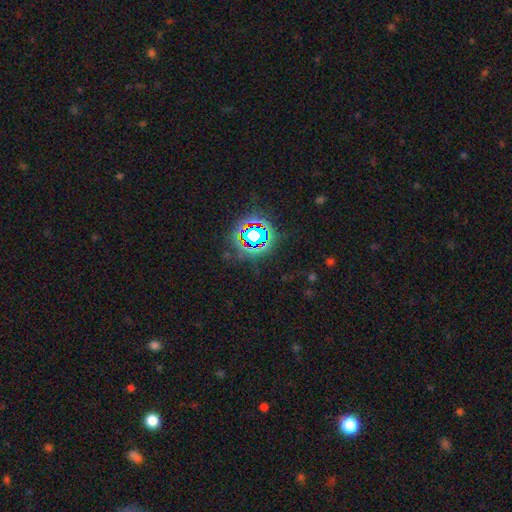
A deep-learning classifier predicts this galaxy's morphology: This appears to be a star or artifact, not a galaxy (78%).